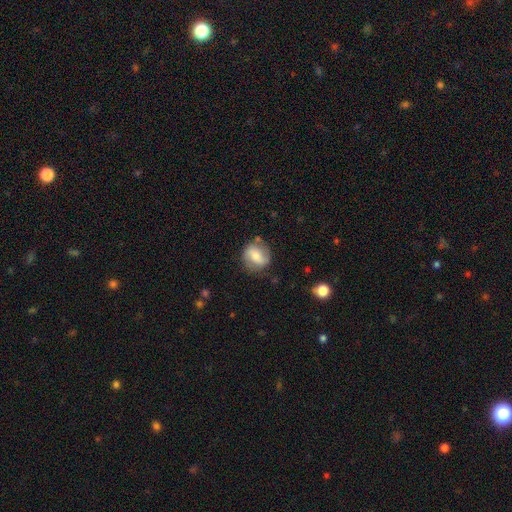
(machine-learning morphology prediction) Smooth or featured? Predicted: smooth (p=0.49). Merging? Predicted: none (p=0.74).